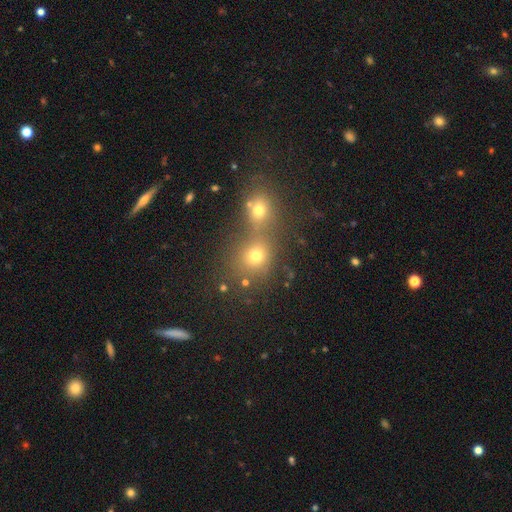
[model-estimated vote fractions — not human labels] The model was most divided on "merging" (2-way tie): merger: 45%, none: 45%, minor disturbance: 7%, major disturbance: 3%. More confident: how rounded — round (78%); smooth or featured — smooth (67%).